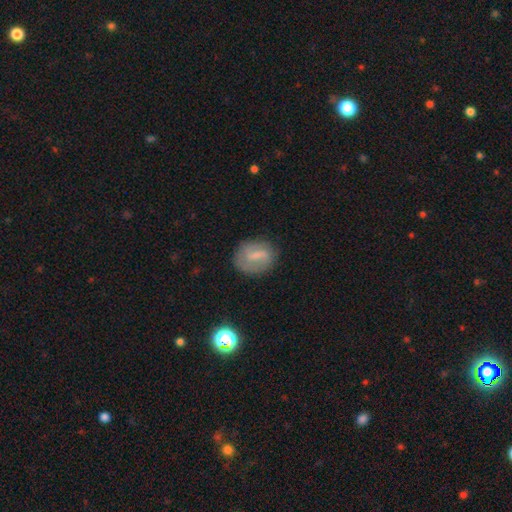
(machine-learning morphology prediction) type=smooth (47%); merging=none (70%).